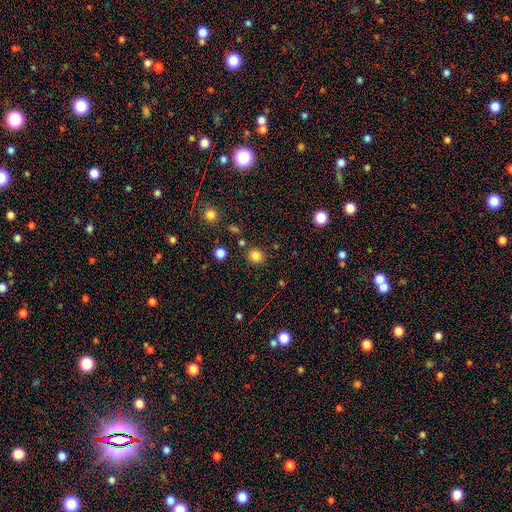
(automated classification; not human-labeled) Q: Smooth or featured?
A: smooth (82%); runner-up: star or artifact (13%)
Q: How rounded?
A: round (87%); runner-up: in between (12%)
Q: Merging?
A: none (85%); runner-up: minor disturbance (8%)